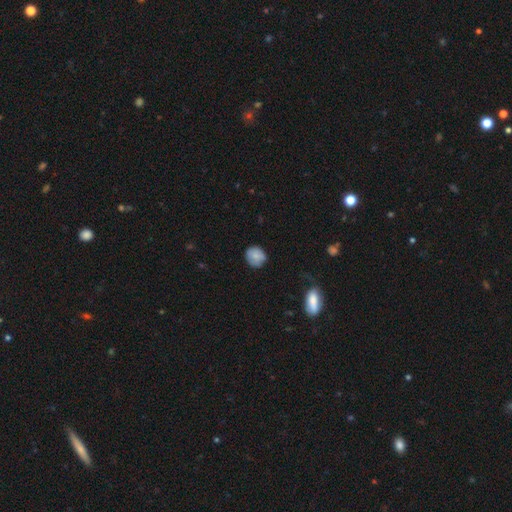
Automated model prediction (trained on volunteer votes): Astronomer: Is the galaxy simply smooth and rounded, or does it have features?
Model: smooth — 79%.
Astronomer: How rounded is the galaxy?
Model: round — 82%.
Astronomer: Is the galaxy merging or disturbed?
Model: none — 74%.